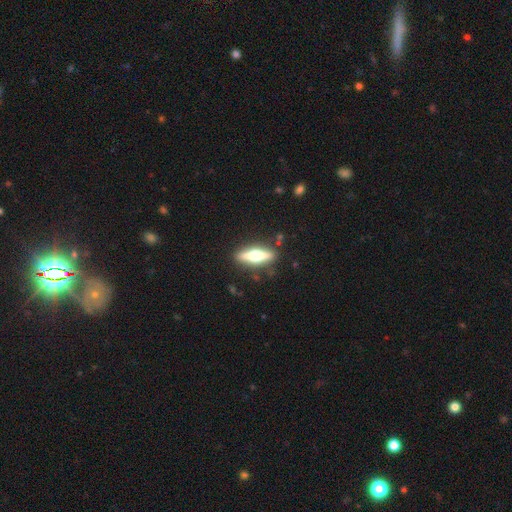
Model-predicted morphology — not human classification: This appears to be a featured or disk galaxy (61%) viewed edge-on (92%) with a rounded central bulge (95%). Merging: none (87%).